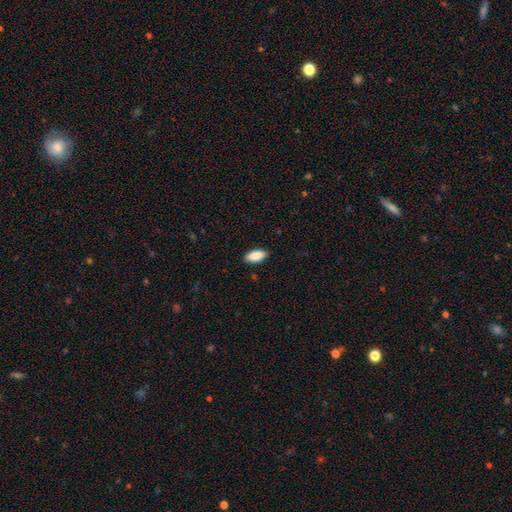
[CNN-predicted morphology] A smooth galaxy with no disk features (88%) that is in between round and cigar-shaped (88%).

Vote fractions:
- Smooth or featured? smooth: 88% / star or artifact: 6% / featured or disk: 6%
- How rounded? in between: 88% / cigar-shaped: 10% / round: 2%
- Merging? none: 88% / minor disturbance: 9% / major disturbance: 2% / merger: 1%